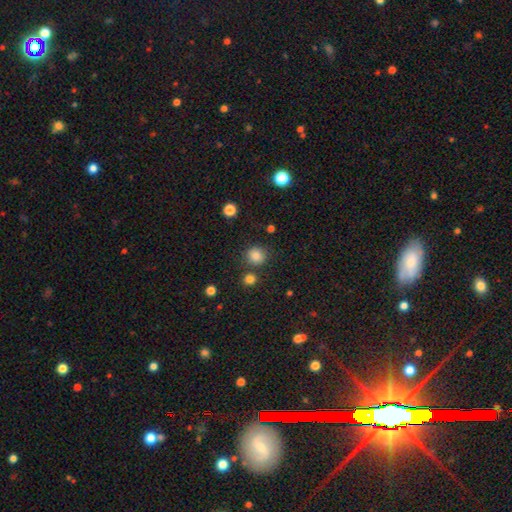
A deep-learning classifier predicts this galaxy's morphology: Smooth or featured? smooth (83%)
How rounded? round (89%)
Merging? none (80%)